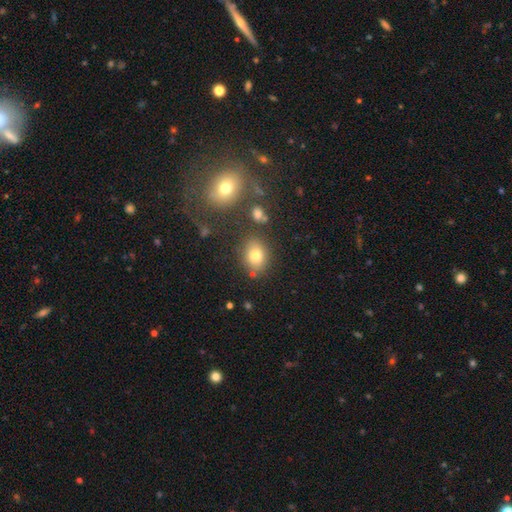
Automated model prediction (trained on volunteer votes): The model was most divided on "how rounded": in between: 57%, round: 42%, cigar-shaped: 1%. More confident: merging — none (77%); smooth or featured — smooth (76%).